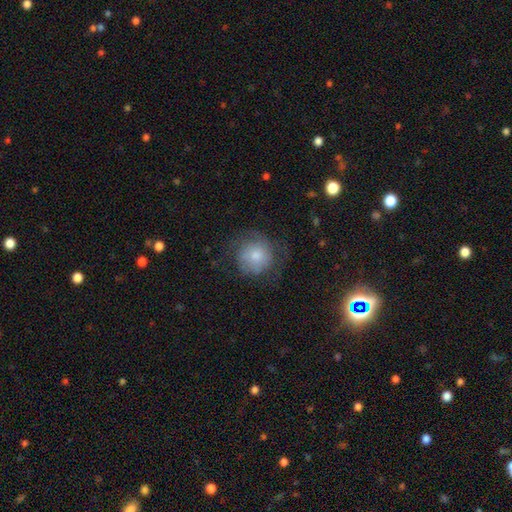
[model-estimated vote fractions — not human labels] Smooth or featured: smooth — 64% (featured or disk — 28%)
How rounded: round — 90% (in between — 9%)
Merging: none — 59% (minor disturbance — 22%)